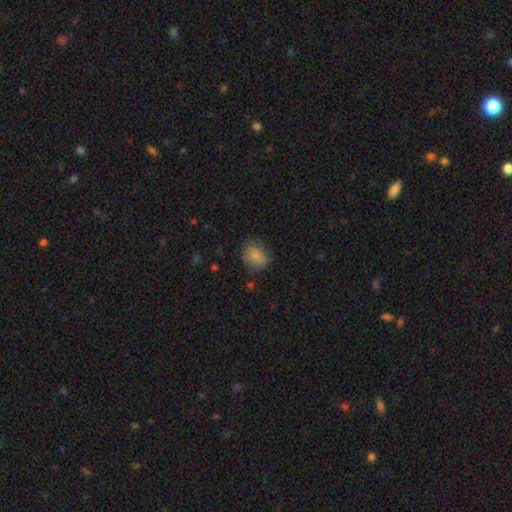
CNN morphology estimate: This appears to be a smooth galaxy with no disk features (83%) that is in between round and cigar-shaped (51%). Merging: none (70%).